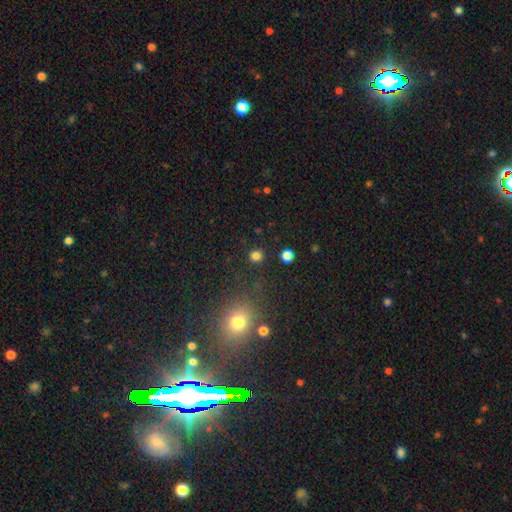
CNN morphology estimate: A smooth galaxy with no disk features (80%) that is round (91%). Merging: none (89%).